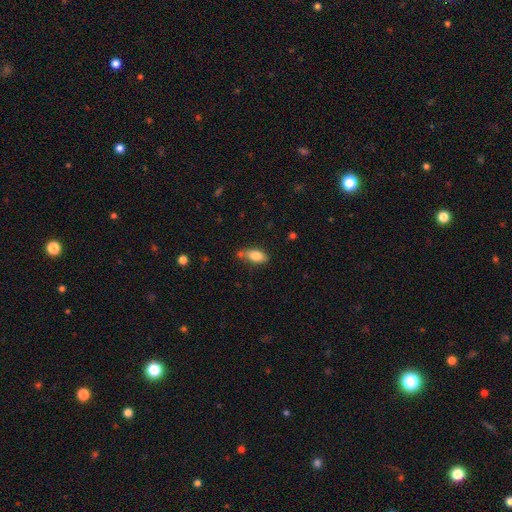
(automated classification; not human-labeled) Smooth or featured?
  - smooth: 81% *
  - featured or disk: 11%
  - star or artifact: 8%
How rounded?
  - in between: 86% *
  - cigar-shaped: 10%
  - round: 4%
Merging?
  - none: 61% *
  - minor disturbance: 23%
  - merger: 10%
  - major disturbance: 5%